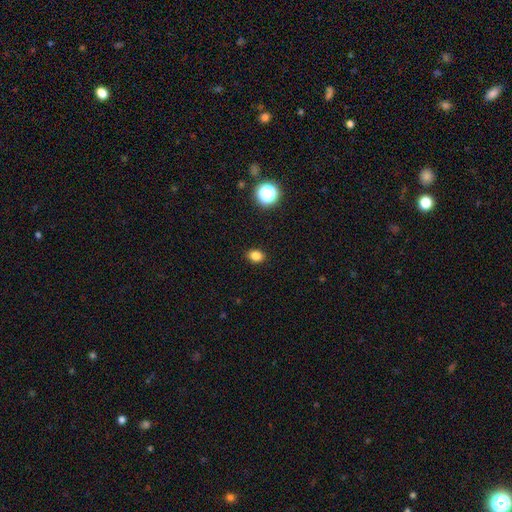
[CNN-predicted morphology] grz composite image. It shows a smooth galaxy with no disk features (83%) that is in between round and cigar-shaped (59%). Merging: none (90%).